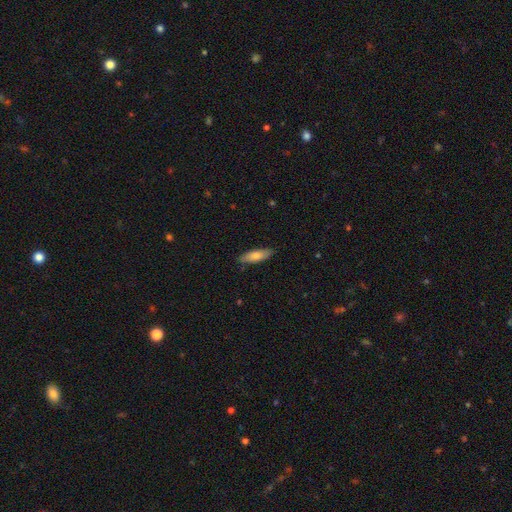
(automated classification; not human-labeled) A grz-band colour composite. It shows a smooth galaxy with no disk features (76%) that is in between round and cigar-shaped (53%). Merging: none (86%).